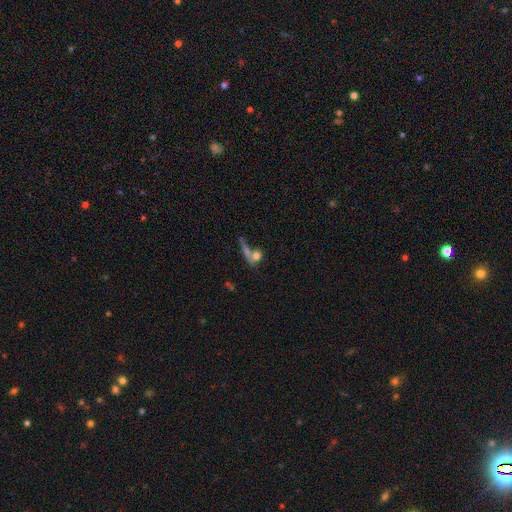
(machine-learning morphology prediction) smooth 48%, featured or disk 30%, star or artifact 22%. Down the decision tree: merging — none (38%).